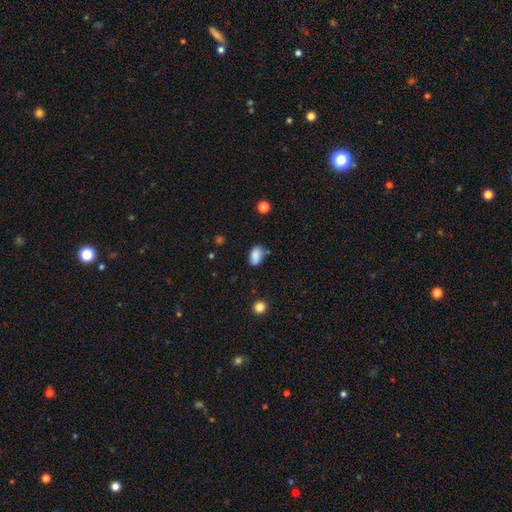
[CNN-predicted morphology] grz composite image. It shows a smooth galaxy with no disk features (84%) that is in between round and cigar-shaped (82%). Merging: none (63%).